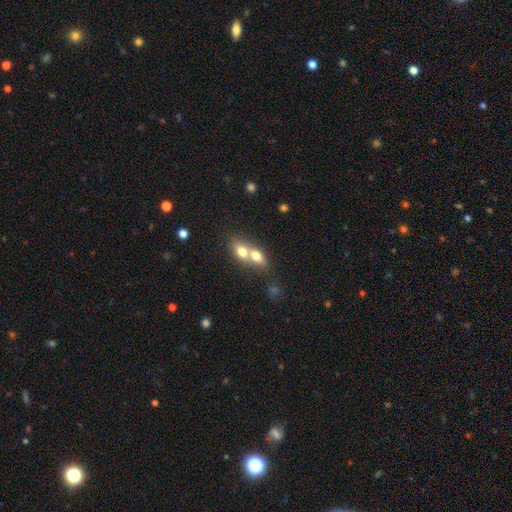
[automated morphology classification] A smooth galaxy with no disk features (69%) that is in between round and cigar-shaped (71%). Merging: merger (76%).